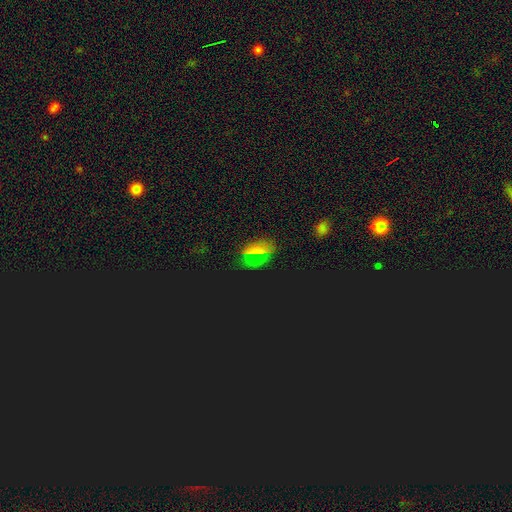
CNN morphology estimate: This is possibly a star or artifact rather than a galaxy (47%).